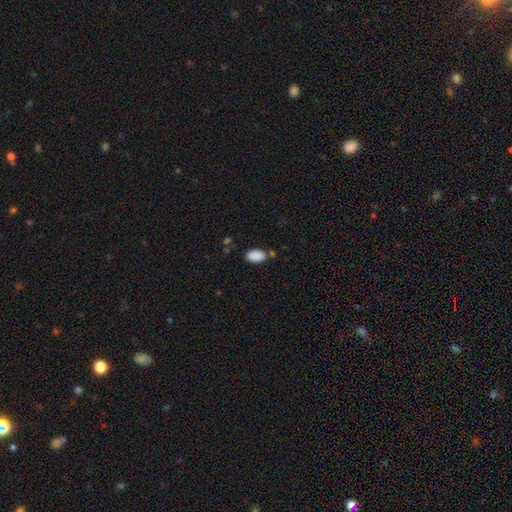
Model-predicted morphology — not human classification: smooth-or-featured: smooth: 89% | star or artifact: 7% | featured or disk: 4%
  how-rounded: in between: 94% | round: 4% | cigar-shaped: 2%
  merging: none: 74% | minor disturbance: 14% | merger: 8% | major disturbance: 3%